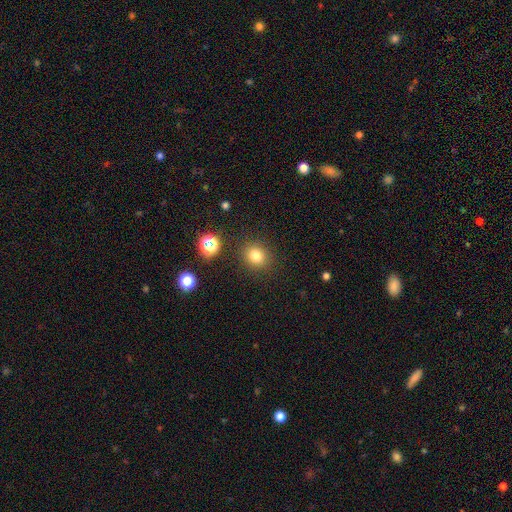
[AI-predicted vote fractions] This is likely a smooth galaxy (78%). How rounded: likely round (77%). Merging: clearly none (87%).